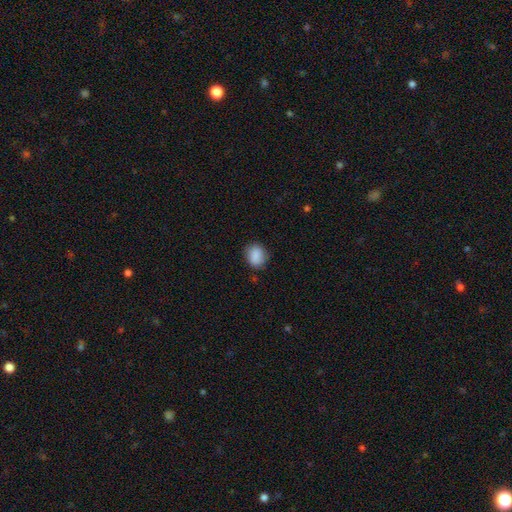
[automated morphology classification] This appears to be a smooth galaxy with no disk features (87%) that is round (52%). Merging: none (79%).